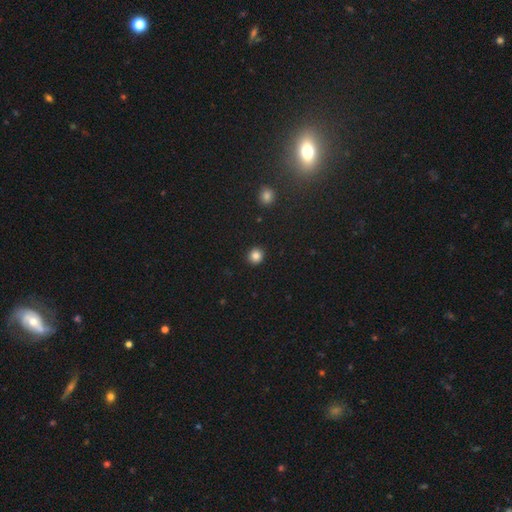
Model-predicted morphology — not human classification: This appears to be a smooth galaxy with no disk features (85%) that is round (91%). Merging: none (93%).